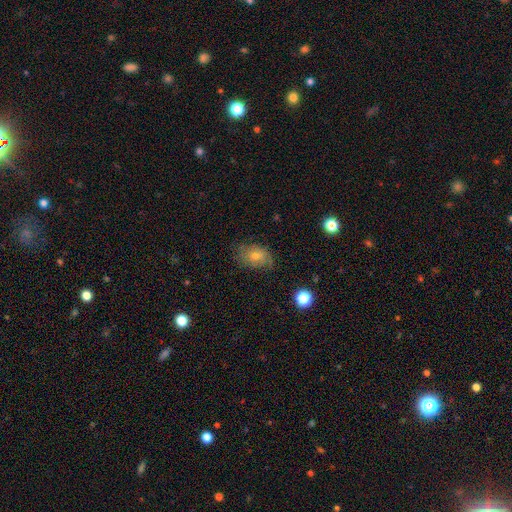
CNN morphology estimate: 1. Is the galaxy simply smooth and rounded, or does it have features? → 57% smooth, 33% featured or disk, 10% star or artifact.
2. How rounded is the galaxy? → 77% in between, 21% round, 1% cigar-shaped.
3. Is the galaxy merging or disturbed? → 62% none, 25% minor disturbance, 12% major disturbance, 2% merger.